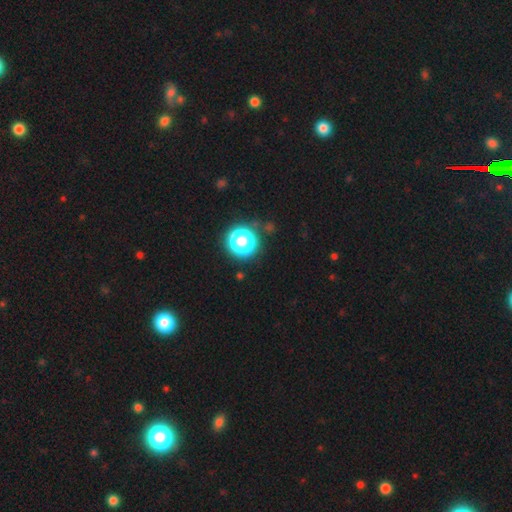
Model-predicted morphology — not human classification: This is likely a star or artifact rather than a galaxy (76%).